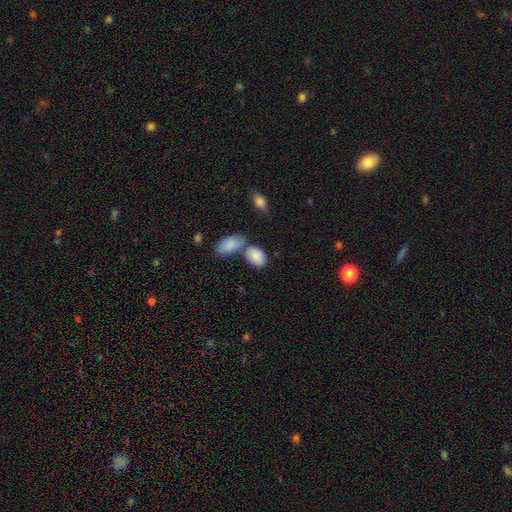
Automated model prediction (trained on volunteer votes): Smooth or featured: smooth — 85% (featured or disk — 8%)
How rounded: in between — 89% (round — 9%)
Merging: none — 48% (merger — 32%)